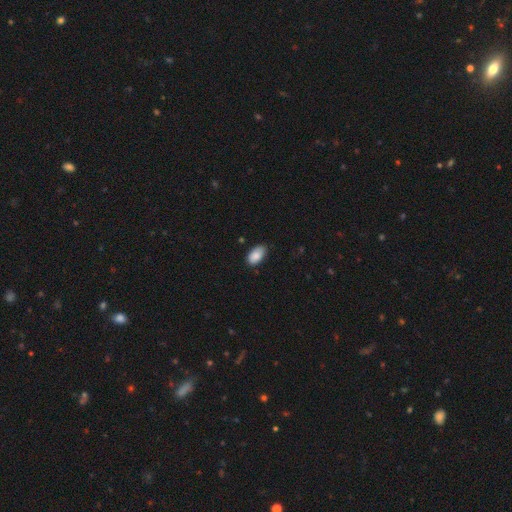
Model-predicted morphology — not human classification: Smooth or featured? smooth (86%)
How rounded? in between (95%)
Merging? none (79%)